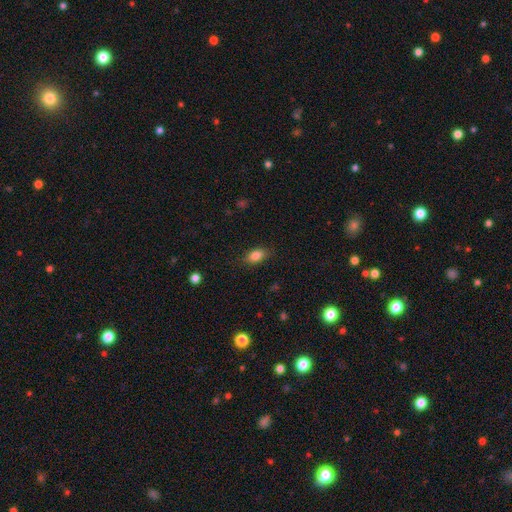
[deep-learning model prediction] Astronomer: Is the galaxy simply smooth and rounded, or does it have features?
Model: smooth — 85%.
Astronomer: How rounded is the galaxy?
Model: in between — 86%.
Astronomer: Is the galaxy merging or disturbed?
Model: none — 83%.